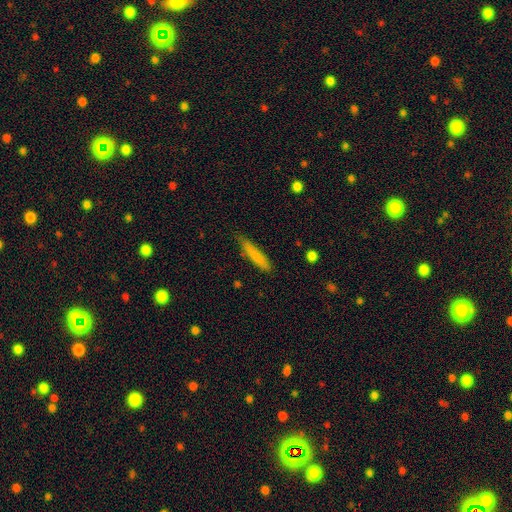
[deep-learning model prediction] The model was most divided on "merging": none: 78%, minor disturbance: 18%, major disturbance: 3%, merger: 2%. More confident: how rounded — cigar-shaped (89%); smooth or featured — smooth (78%).